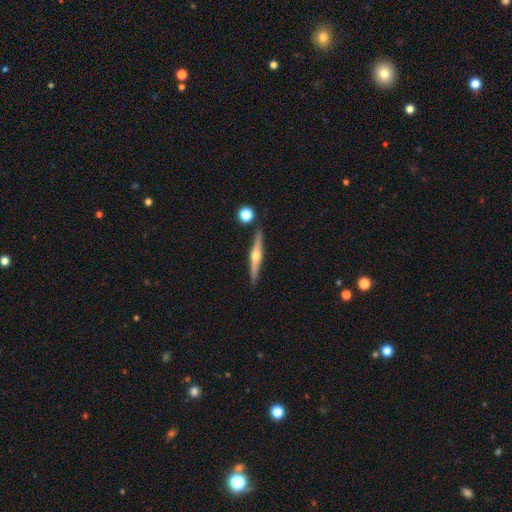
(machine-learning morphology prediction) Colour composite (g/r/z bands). It shows a featured or disk galaxy (71%) viewed edge-on (97%) with a rounded central bulge (93%). Merging: none (87%).